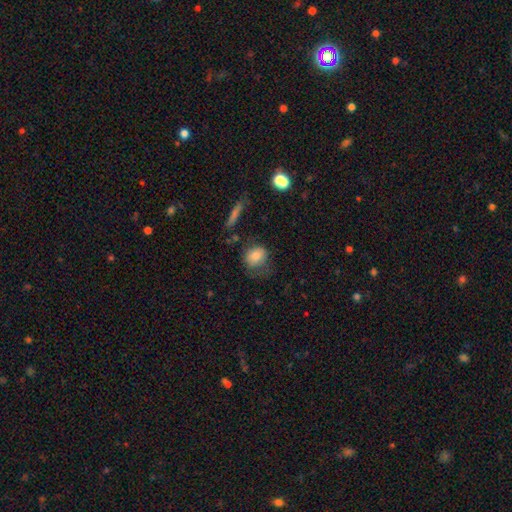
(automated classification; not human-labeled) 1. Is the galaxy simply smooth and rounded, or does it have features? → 78% smooth, 13% featured or disk, 9% star or artifact.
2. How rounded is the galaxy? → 66% round, 32% in between, 2% cigar-shaped.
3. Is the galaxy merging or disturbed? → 56% none, 26% minor disturbance, 15% major disturbance, 4% merger.